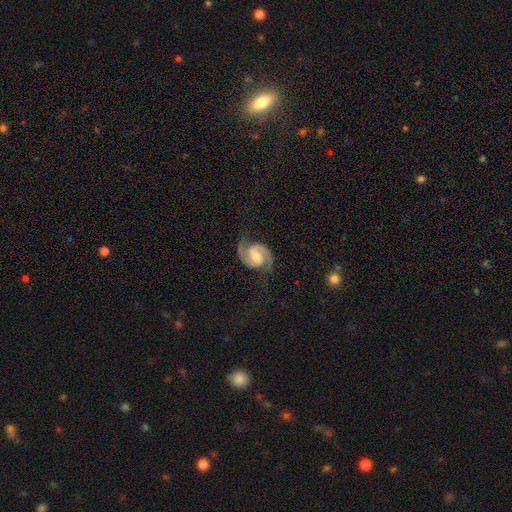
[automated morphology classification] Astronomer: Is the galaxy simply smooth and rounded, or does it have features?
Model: featured or disk — 91%.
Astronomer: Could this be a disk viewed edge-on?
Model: no — 98%.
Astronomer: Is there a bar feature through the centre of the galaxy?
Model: weak — 52% (runner-up: strong, 27%).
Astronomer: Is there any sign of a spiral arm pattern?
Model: yes — 98%.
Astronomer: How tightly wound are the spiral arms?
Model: medium — 60%.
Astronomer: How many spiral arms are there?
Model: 2 — 95%.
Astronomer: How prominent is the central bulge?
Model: moderate — 52% (runner-up: small, 27%).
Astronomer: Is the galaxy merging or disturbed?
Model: none — 80%.